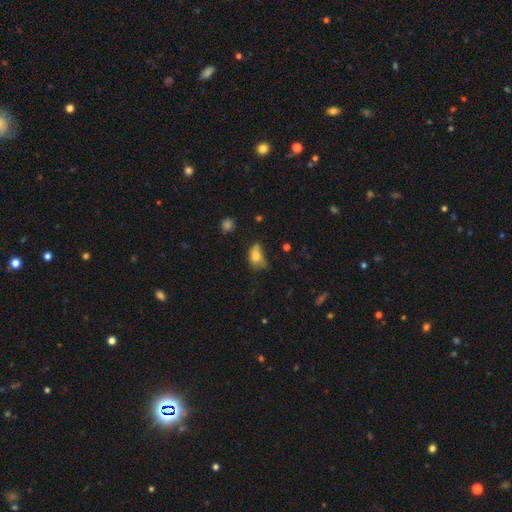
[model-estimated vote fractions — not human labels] Smooth or featured?
  - smooth: 74% *
  - featured or disk: 16%
  - star or artifact: 10%
How rounded?
  - in between: 79% *
  - round: 18%
  - cigar-shaped: 2%
Merging?
  - minor disturbance: 40% *
  - none: 30%
  - major disturbance: 25%
  - merger: 5%